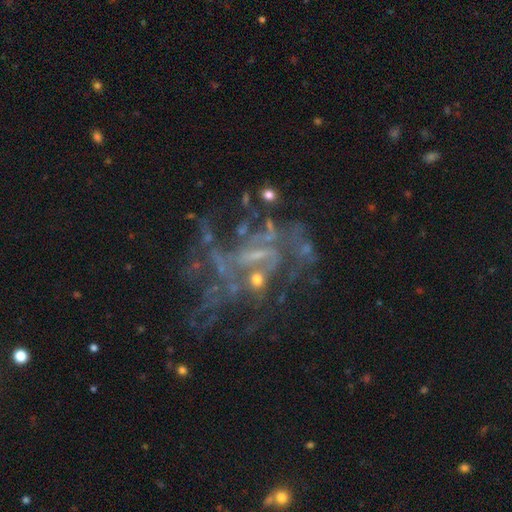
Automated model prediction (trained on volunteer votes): Overall: featured or disk (71%). Edge-on disk: no (97%). Bar: no (55%; weak 33%). Spiral arms: yes (53%; no 47%). Bulge size: none (44%; small 40%). Merging: none (45%; major disturbance 33%).